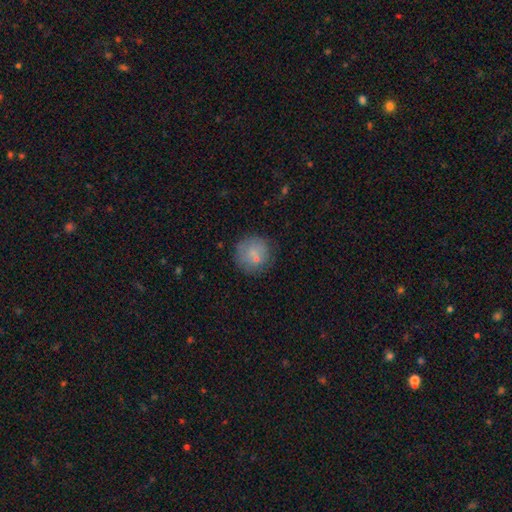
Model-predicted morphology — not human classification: smooth 72%, featured or disk 18%, star or artifact 11%. Down the decision tree: how rounded — round (93%); merging — none (73%).